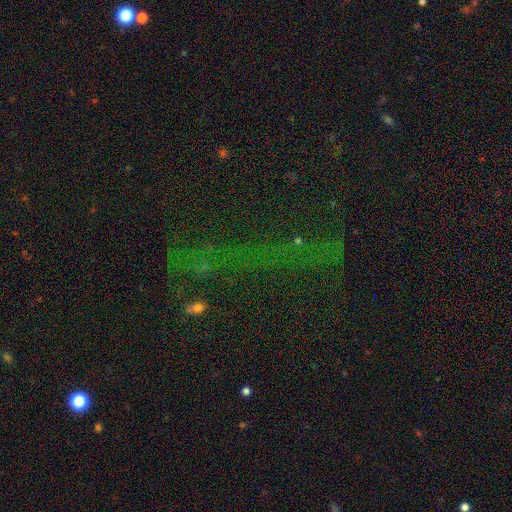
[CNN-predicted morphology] Q: Smooth or featured?
A: star or artifact (70%); runner-up: smooth (18%)